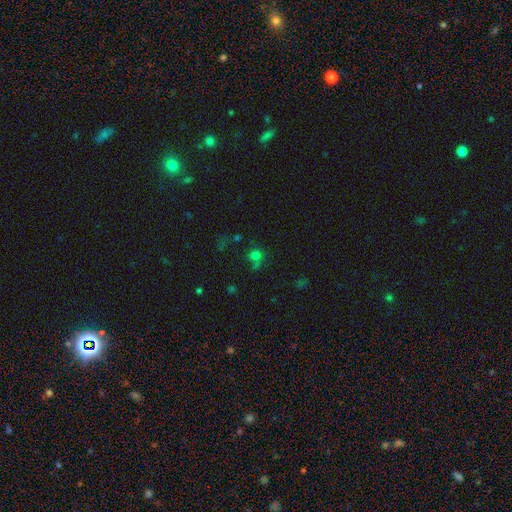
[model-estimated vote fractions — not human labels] The model was most divided on "merging": none: 56%, merger: 17%, minor disturbance: 15%, major disturbance: 12%. More confident: how rounded — round (82%); smooth or featured — smooth (65%).